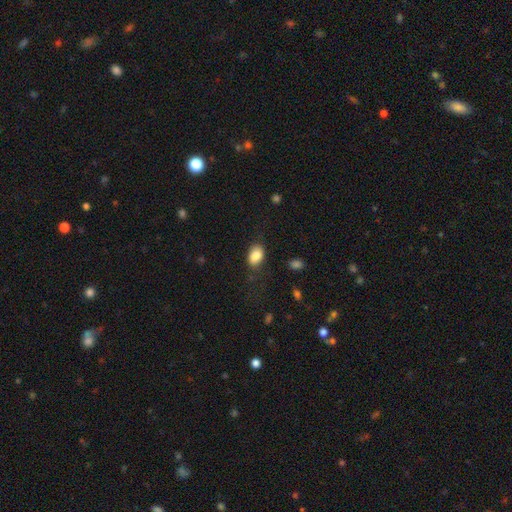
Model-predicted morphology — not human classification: smooth-or-featured: smooth: 86% | star or artifact: 8% | featured or disk: 7%
  how-rounded: in between: 85% | round: 14% | cigar-shaped: 1%
  merging: none: 75% | minor disturbance: 17% | major disturbance: 6% | merger: 2%